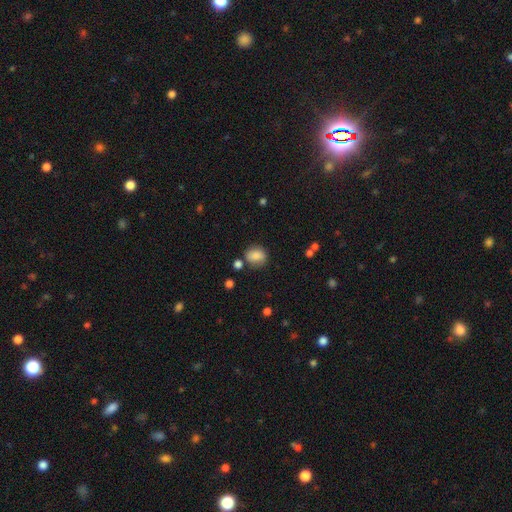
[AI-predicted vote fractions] Smooth or featured: smooth — 84% (star or artifact — 9%)
How rounded: round — 61% (in between — 38%)
Merging: none — 72% (minor disturbance — 17%)